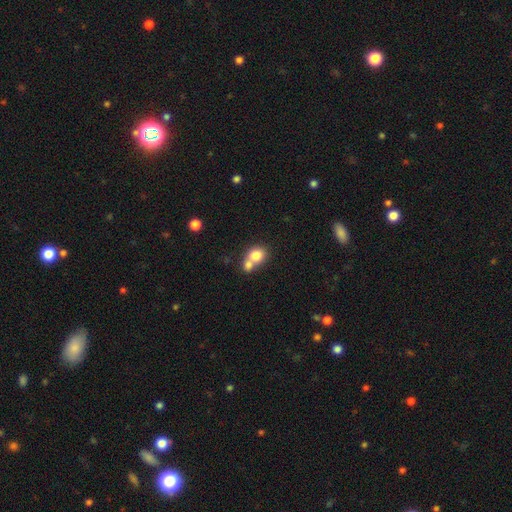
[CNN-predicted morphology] Smooth or featured?
  - smooth: 78% *
  - featured or disk: 13%
  - star or artifact: 9%
How rounded?
  - round: 67% *
  - in between: 32%
  - cigar-shaped: 1%
Merging?
  - merger: 60% *
  - none: 30%
  - minor disturbance: 7%
  - major disturbance: 3%